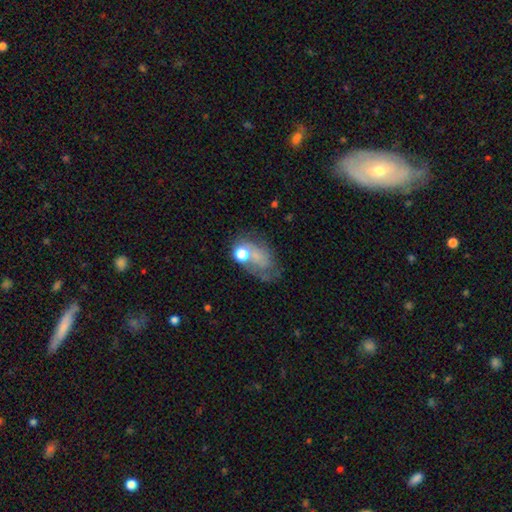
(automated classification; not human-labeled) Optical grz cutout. It shows a featured or disk galaxy (42%). Merging: none (39%).